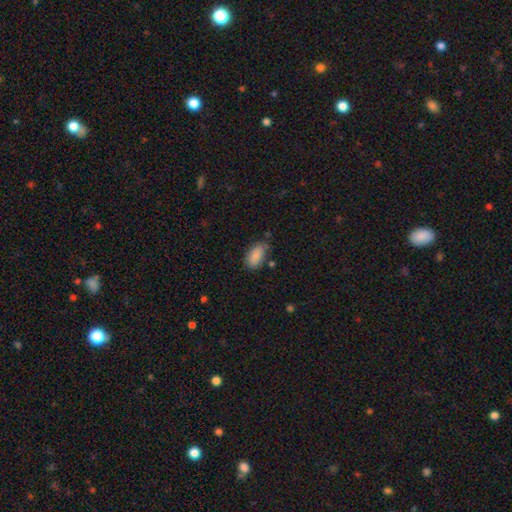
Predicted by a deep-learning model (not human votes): Smooth or featured? Predicted: smooth (p=0.87). How rounded? Predicted: in between (p=0.92). Merging? Predicted: none (p=0.71).